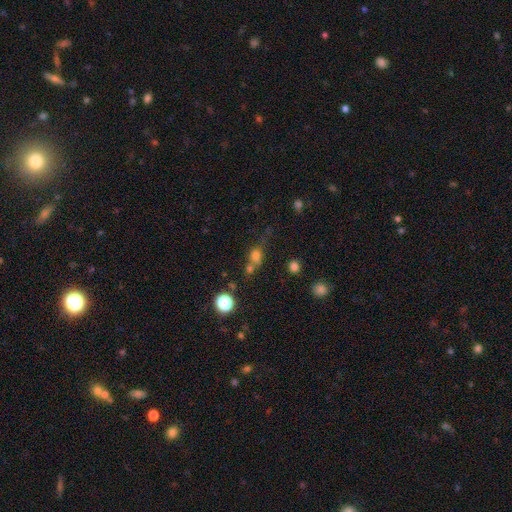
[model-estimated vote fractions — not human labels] A smooth galaxy with no disk features (69%) that is round (61%). Merging: none (38%, tied with merger).